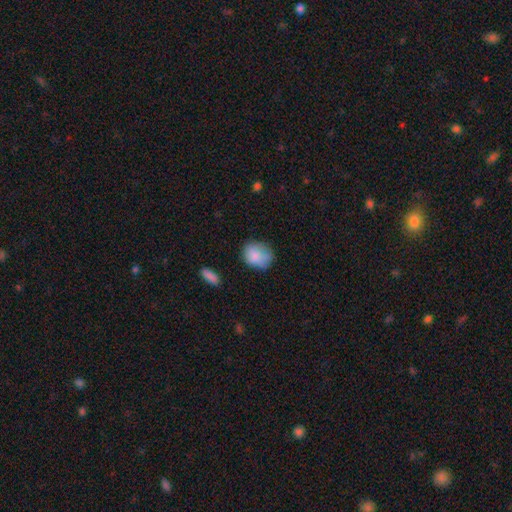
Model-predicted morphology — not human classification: A smooth galaxy with no disk features (85%) that is round (51%). Merging: none (64%).